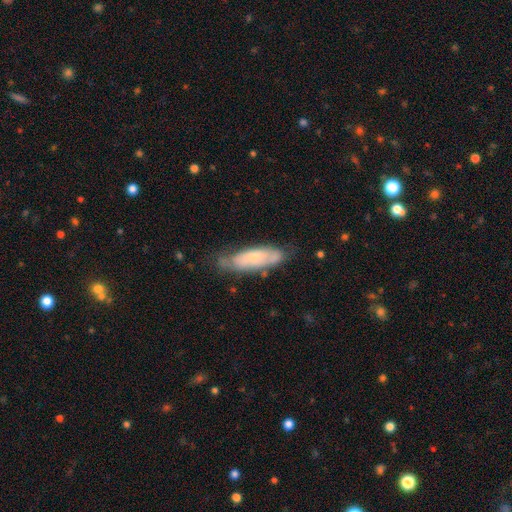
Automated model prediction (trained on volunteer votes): This is marginally a featured or disk galaxy (44%). Merging: likely none (76%).